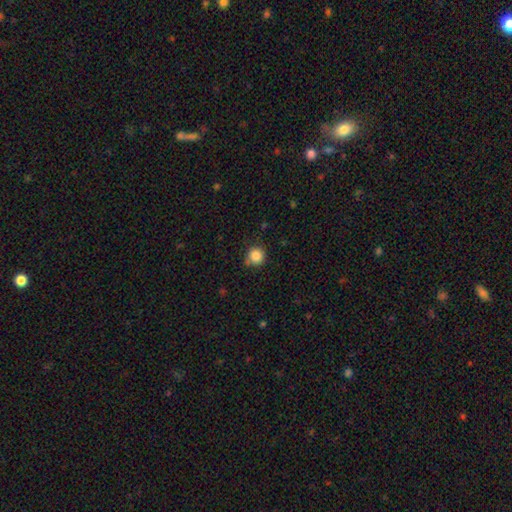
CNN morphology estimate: A smooth galaxy with no disk features (85%) that is round (93%). Merging: none (78%).